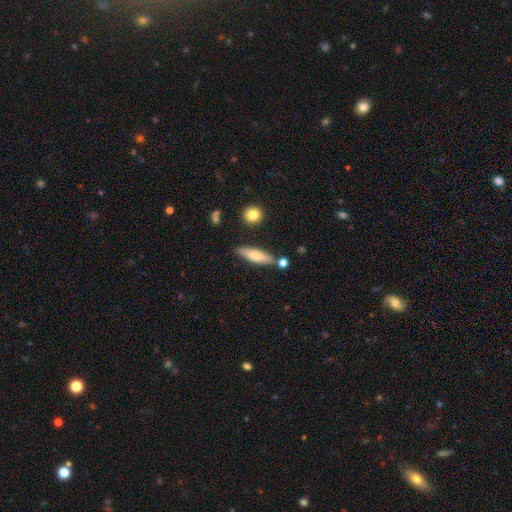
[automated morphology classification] Q: Smooth or featured?
A: smooth (71%); runner-up: featured or disk (23%)
Q: How rounded?
A: cigar-shaped (62%); runner-up: in between (36%)
Q: Merging?
A: none (76%); runner-up: minor disturbance (13%)